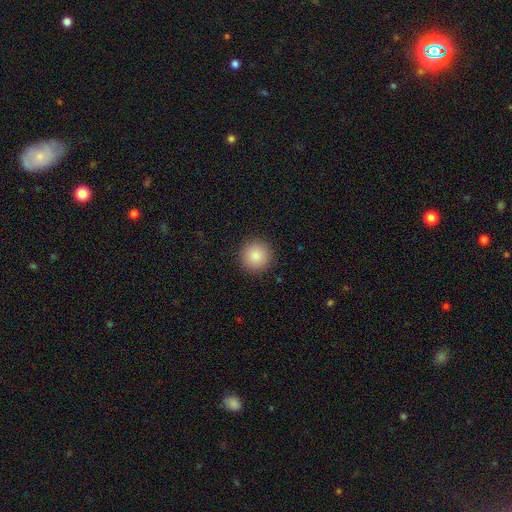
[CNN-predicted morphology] Smooth or featured?
  - smooth: 87% *
  - star or artifact: 9%
  - featured or disk: 4%
How rounded?
  - round: 96% *
  - in between: 3%
  - cigar-shaped: 1%
Merging?
  - none: 92% *
  - minor disturbance: 5%
  - major disturbance: 2%
  - merger: 1%